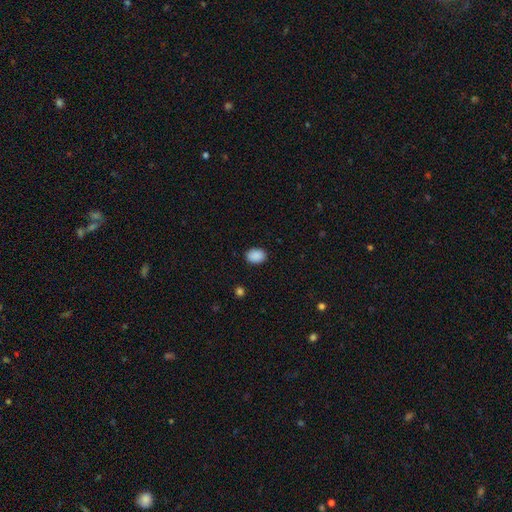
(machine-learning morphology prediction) This appears to be a smooth galaxy with no disk features (90%) that is in between round and cigar-shaped (73%). Merging: none (88%).